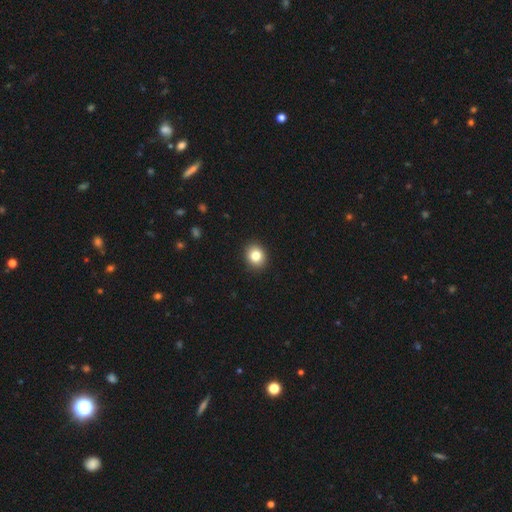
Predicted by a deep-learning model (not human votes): A smooth galaxy with no disk features (83%) that is round (68%).

Vote fractions:
- Smooth or featured? smooth: 83% / star or artifact: 10% / featured or disk: 7%
- How rounded? round: 68% / in between: 31% / cigar-shaped: 1%
- Merging? none: 92% / minor disturbance: 6% / major disturbance: 2% / merger: 1%